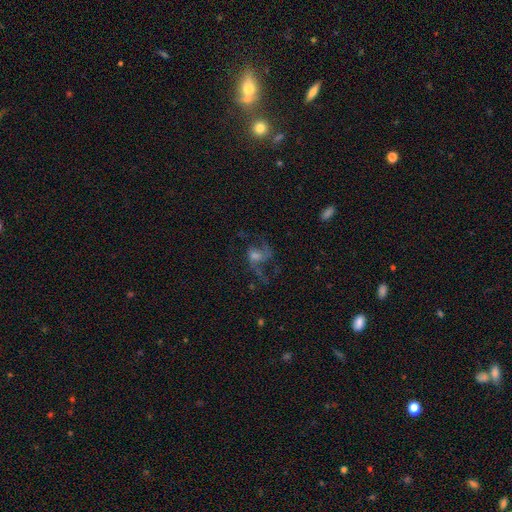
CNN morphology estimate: A featured or disk galaxy (64%) with no bar (62%), 2 (54%) loose (55%) spiral arms (83%) and a moderate central bulge (43%). Merging: none (53%).